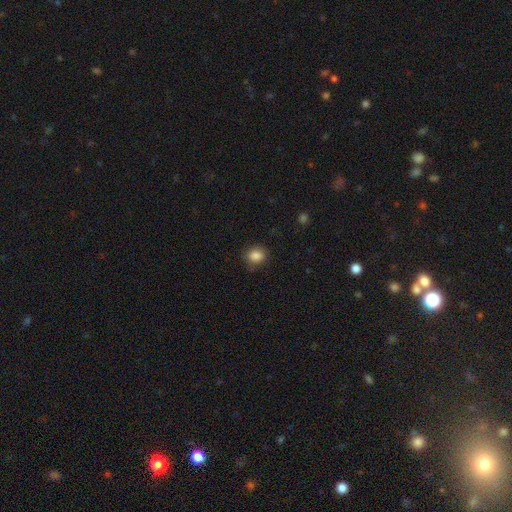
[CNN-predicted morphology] smooth-or-featured: smooth: 86% | star or artifact: 9% | featured or disk: 5%
  how-rounded: round: 56% | in between: 43% | cigar-shaped: 1%
  merging: none: 78% | minor disturbance: 17% | major disturbance: 4% | merger: 1%